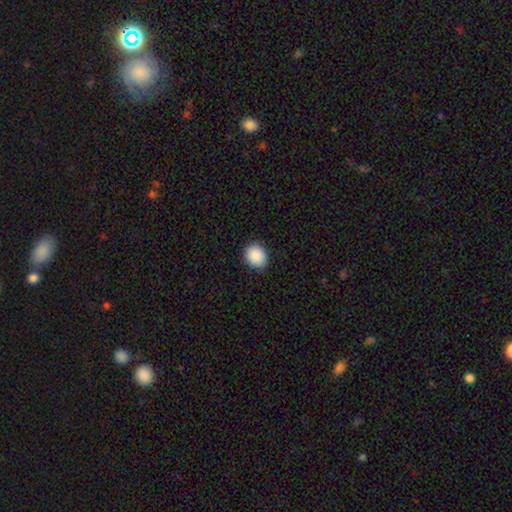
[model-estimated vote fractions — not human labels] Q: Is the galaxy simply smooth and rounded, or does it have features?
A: smooth — 90%.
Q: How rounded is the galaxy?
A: round — 64%.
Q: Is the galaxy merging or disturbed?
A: none — 89%.